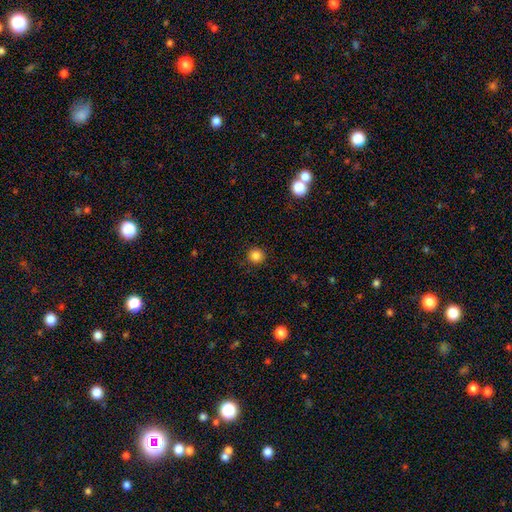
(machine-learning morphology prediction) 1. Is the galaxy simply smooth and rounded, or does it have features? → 85% smooth, 12% star or artifact, 3% featured or disk.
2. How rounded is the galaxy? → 95% round, 4% in between, 1% cigar-shaped.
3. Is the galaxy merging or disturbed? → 91% none, 6% minor disturbance, 2% major disturbance, 1% merger.